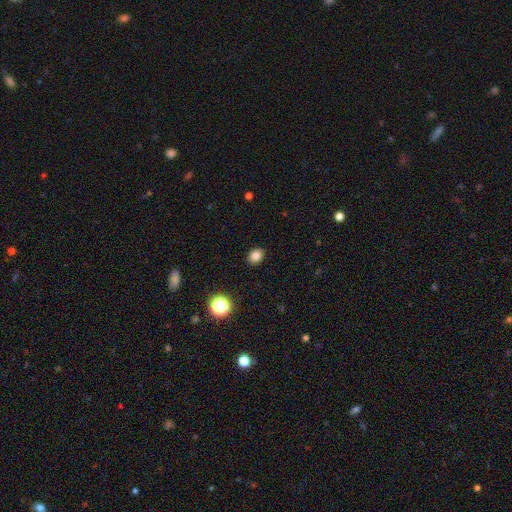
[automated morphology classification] smooth 82%, star or artifact 13%, featured or disk 6%. Down the decision tree: how rounded — in between (55%); merging — none (90%).